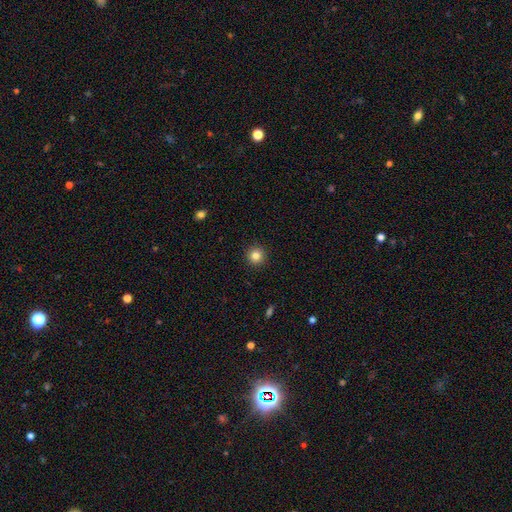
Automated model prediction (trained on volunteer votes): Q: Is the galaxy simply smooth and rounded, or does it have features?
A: smooth — 83%.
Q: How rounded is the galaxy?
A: round — 95%.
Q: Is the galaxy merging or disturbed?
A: none — 93%.